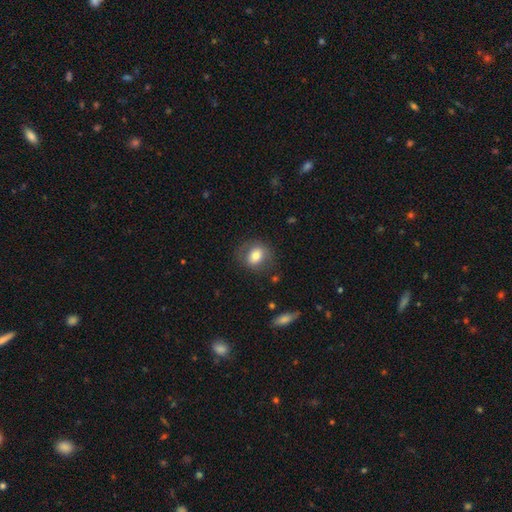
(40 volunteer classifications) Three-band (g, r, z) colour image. It shows a smooth galaxy with no disk features (78%) that is round (68%). Merging: none (77%).